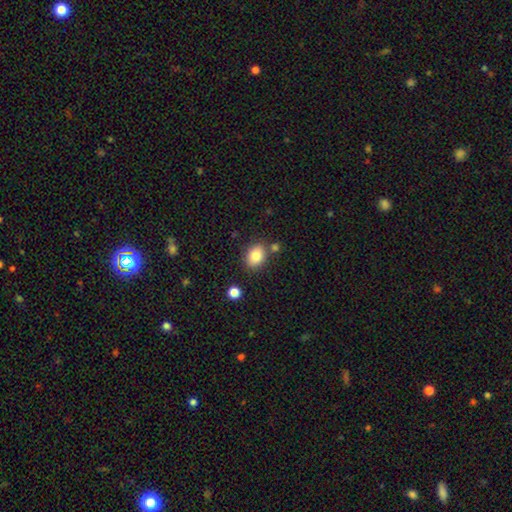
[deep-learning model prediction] Smooth or featured? Predicted: smooth (p=0.83). How rounded? Predicted: in between (p=0.60). Merging? Predicted: none (p=0.75).